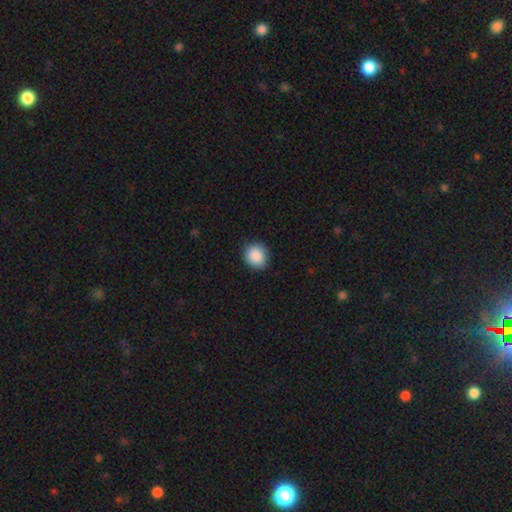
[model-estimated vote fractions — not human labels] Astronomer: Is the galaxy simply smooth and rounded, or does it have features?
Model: smooth — 89%.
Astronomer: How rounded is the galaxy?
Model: round — 84%.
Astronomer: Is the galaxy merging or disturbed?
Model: none — 87%.